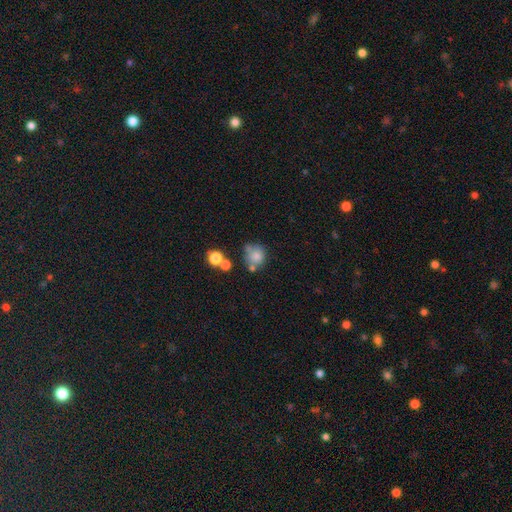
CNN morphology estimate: A smooth galaxy with no disk features (74%) that is round (81%).

Vote fractions:
- Smooth or featured? smooth: 74% / featured or disk: 13% / star or artifact: 13%
- How rounded? round: 81% / in between: 17% / cigar-shaped: 1%
- Merging? none: 49% / merger: 22% / minor disturbance: 19% / major disturbance: 9%